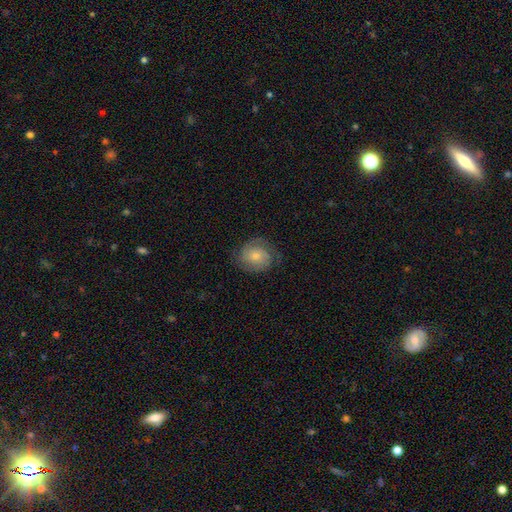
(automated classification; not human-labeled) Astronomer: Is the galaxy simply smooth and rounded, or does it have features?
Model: featured or disk — 63%.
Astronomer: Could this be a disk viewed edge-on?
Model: no — 97%.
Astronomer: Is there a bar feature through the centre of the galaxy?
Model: no — 73%.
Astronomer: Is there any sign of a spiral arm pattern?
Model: yes — 91%.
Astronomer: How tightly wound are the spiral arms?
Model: tight — 57% (runner-up: medium, 33%).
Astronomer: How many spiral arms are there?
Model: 2 — 62%.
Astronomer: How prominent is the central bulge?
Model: small — 51% (runner-up: moderate, 42%).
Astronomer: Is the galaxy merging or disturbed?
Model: none — 77%.